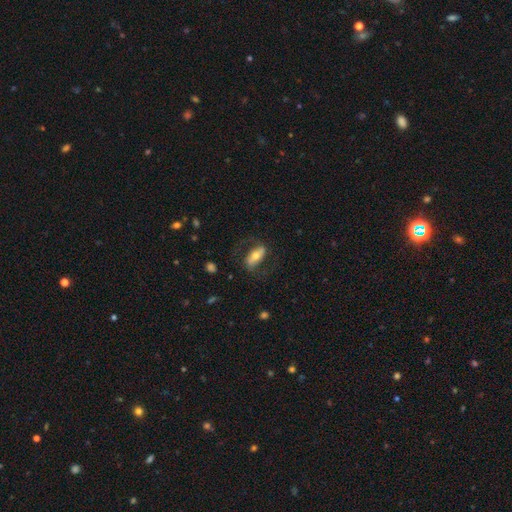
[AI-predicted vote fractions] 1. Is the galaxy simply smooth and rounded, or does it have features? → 54% featured or disk, 39% smooth, 7% star or artifact.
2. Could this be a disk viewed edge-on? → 86% no, 14% yes.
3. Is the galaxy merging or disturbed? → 68% none, 17% minor disturbance, 14% major disturbance, 1% merger.